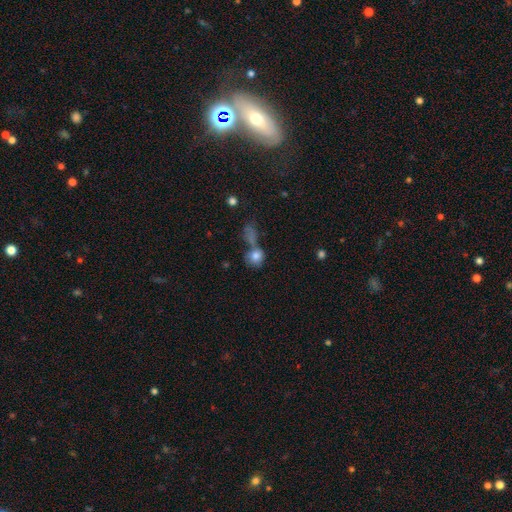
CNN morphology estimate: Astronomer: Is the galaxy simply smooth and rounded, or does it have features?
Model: smooth — 78%.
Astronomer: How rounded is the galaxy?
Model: round — 77%.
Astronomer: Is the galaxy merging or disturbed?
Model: none — 42% (runner-up: merger, 37%).